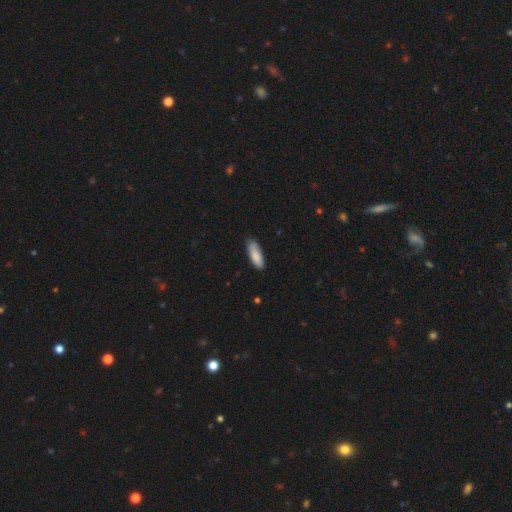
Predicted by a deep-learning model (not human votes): Smooth or featured? Predicted: smooth (p=0.86). How rounded? Predicted: in between (p=0.61). Merging? Predicted: none (p=0.80).